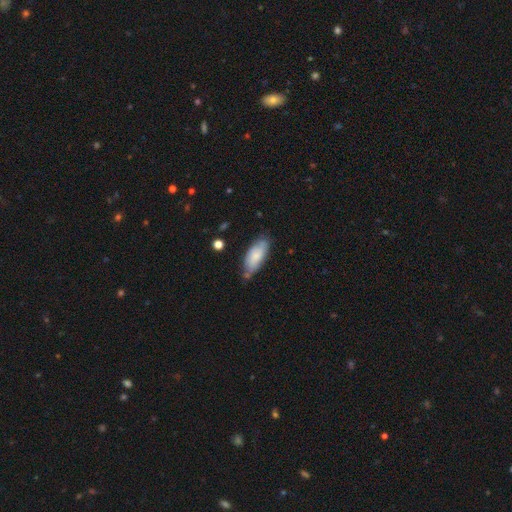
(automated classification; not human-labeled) This appears to be a smooth galaxy with no disk features (71%) that is in between round and cigar-shaped (82%). Merging: none (64%).